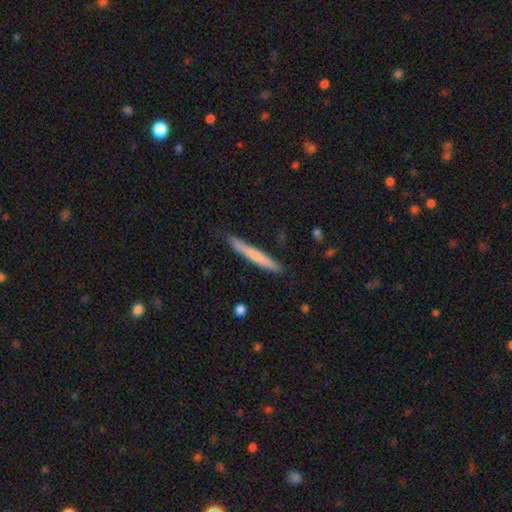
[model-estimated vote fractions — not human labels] smooth 62%, featured or disk 33%, star or artifact 5%. Down the decision tree: how rounded — cigar-shaped (96%); merging — none (84%).